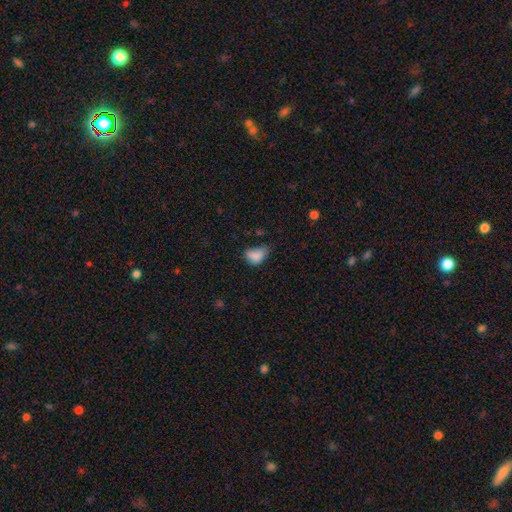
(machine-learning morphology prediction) A smooth galaxy with no disk features (80%) that is in between round and cigar-shaped (82%).

Vote fractions:
- Smooth or featured? smooth: 80% / star or artifact: 11% / featured or disk: 10%
- How rounded? in between: 82% / round: 16% / cigar-shaped: 2%
- Merging? minor disturbance: 41% / none: 30% / major disturbance: 23% / merger: 5%